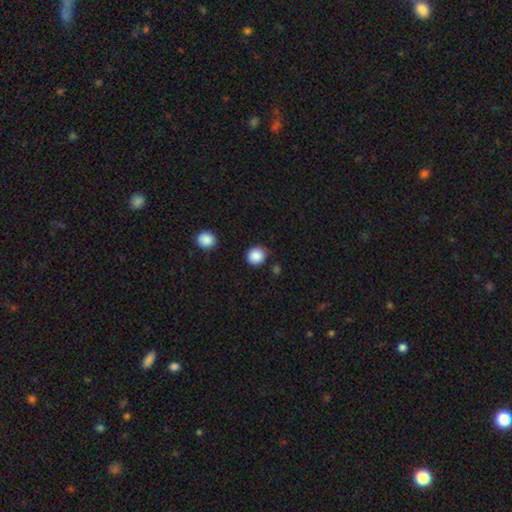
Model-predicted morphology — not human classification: Smooth or featured? smooth (88%)
How rounded? round (86%)
Merging? none (85%)